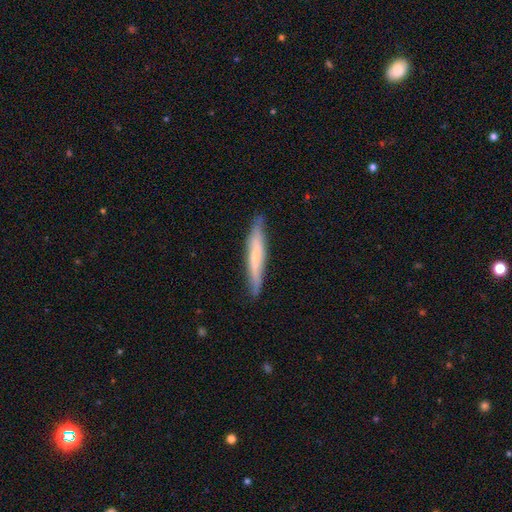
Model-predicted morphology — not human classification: Smooth or featured? smooth (55%)
How rounded? cigar-shaped (93%)
Merging? none (82%)